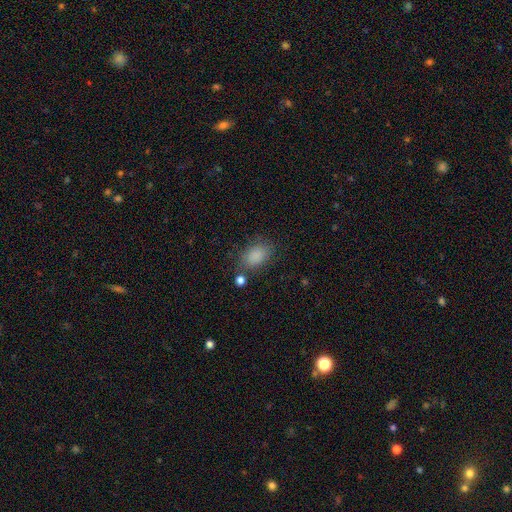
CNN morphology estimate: Smooth or featured? Predicted: smooth (p=0.86). How rounded? Predicted: in between (p=0.83). Merging? Predicted: none (p=0.74).